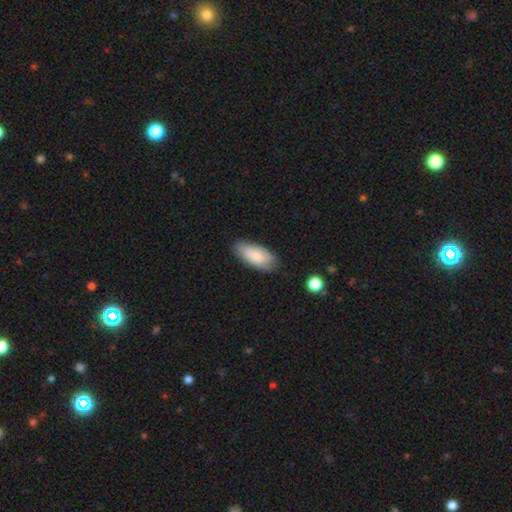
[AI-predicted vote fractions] smooth_or_featured: smooth (p=0.76) [alt: featured or disk p=0.18]
how_rounded: in between (p=0.88) [alt: cigar-shaped p=0.09]
merging: none (p=0.77) [alt: minor disturbance p=0.19]